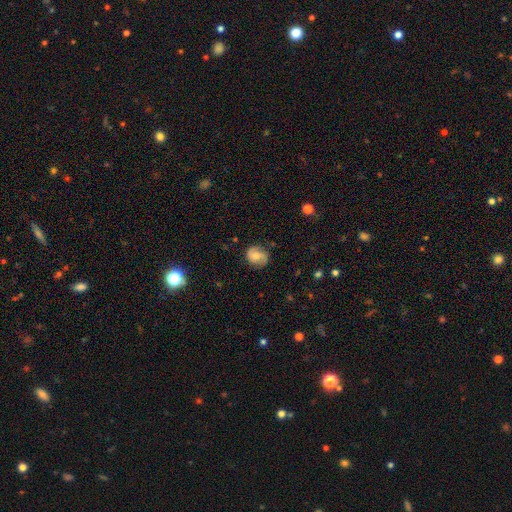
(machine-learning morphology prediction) This is possibly a featured or disk galaxy (59%). It is clearly not viewed edge-on (98%). Bar: possibly no (53%). Spiral arm pattern: clearly yes (91%). Spiral arm count: clearly 2 (87%). Spiral winding: possibly medium (46%). Central bulge: possibly moderate (55%). Merging: likely none (78%).